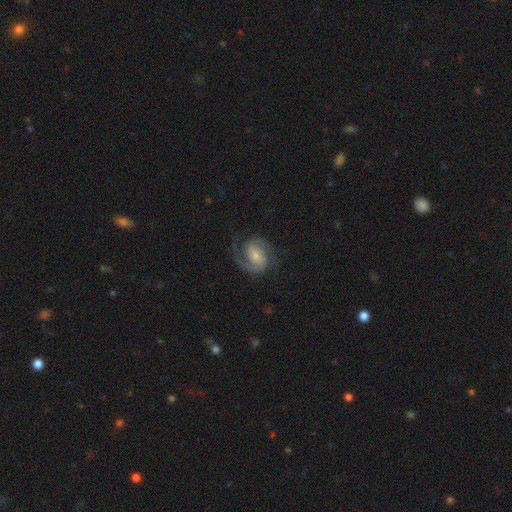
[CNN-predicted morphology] type=featured or disk (88%); edge-on=no (98%); bar=no (43%); spiral arms=yes (98%); winding=medium (55%); arm count=2 (90%); bulge=small (55%); merging=none (76%).